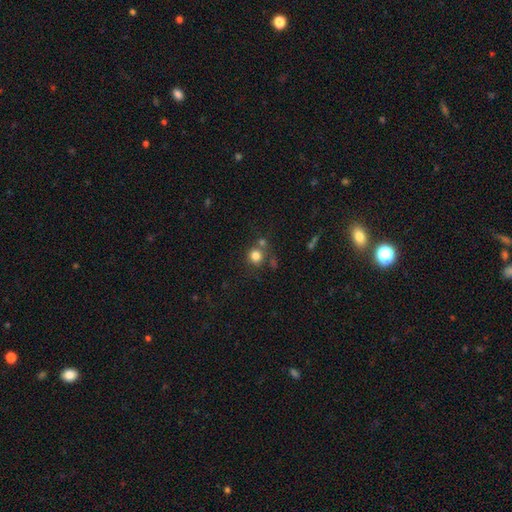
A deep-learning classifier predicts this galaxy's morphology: smooth_or_featured: smooth (p=0.80) [alt: star or artifact p=0.13]
how_rounded: round (p=0.89) [alt: in between p=0.10]
merging: none (p=0.65) [alt: merger p=0.20]